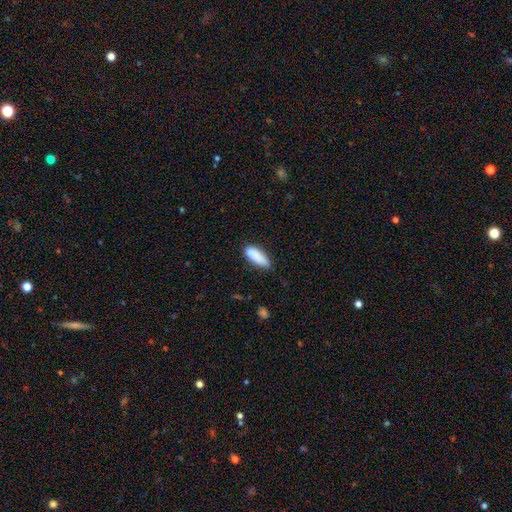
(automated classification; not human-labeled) Morphology: type=smooth (86%); roundness=in between (64%); merging=none (67%).